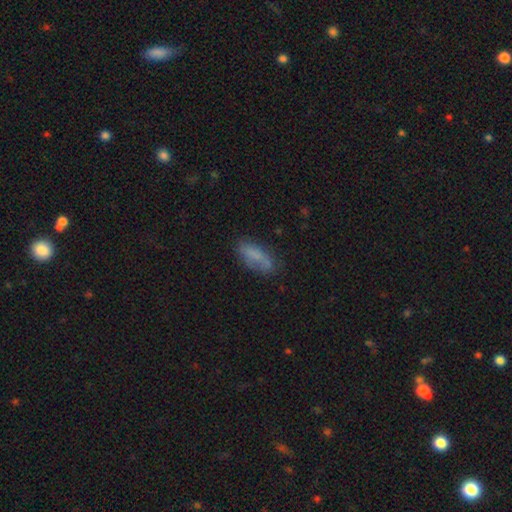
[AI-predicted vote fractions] smooth 74%, featured or disk 18%, star or artifact 9%. Down the decision tree: how rounded — in between (73%); merging — none (60%).